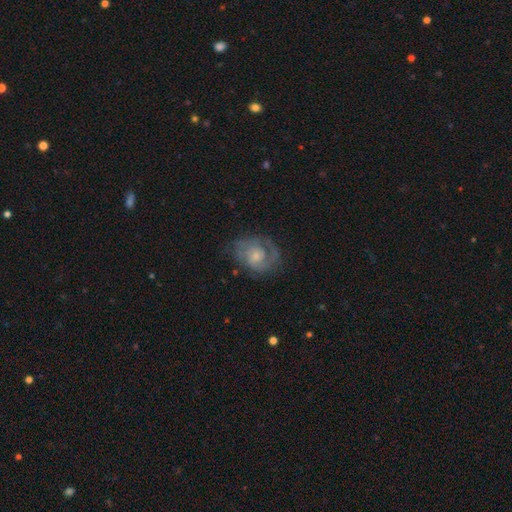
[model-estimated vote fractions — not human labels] smooth-or-featured: featured or disk: 75% | smooth: 18% | star or artifact: 7%
  disk-edge-on: no: 98% | yes: 2%
    bar: no: 69% | weak: 27% | strong: 4%
    has-spiral-arms: yes: 90% | no: 10%
      spiral-winding: tight: 44% | medium: 41% | loose: 15%
      spiral-arm-count: 2: 54% | can't tell: 21% | 1: 13% | 3: 8% | 4: 3% | more than 4: 2%
    bulge-size: small: 63% | moderate: 27% | none: 6% | large: 3% | dominant: 1%
  merging: none: 63% | minor disturbance: 21% | major disturbance: 15% | merger: 1%